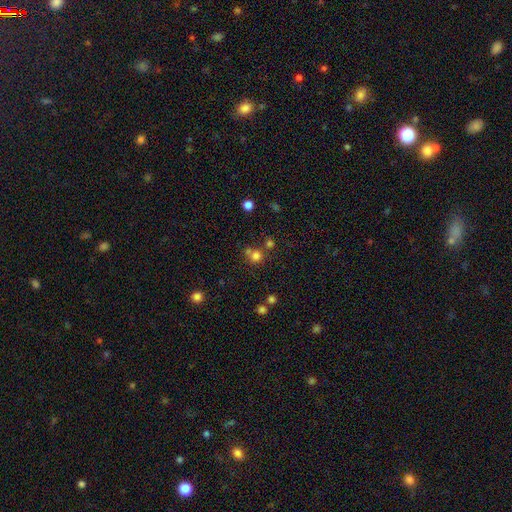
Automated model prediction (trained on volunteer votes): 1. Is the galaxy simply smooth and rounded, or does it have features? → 74% smooth, 19% star or artifact, 8% featured or disk.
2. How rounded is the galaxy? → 91% round, 8% in between, 1% cigar-shaped.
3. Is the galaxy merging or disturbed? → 61% none, 29% merger, 7% minor disturbance, 3% major disturbance.